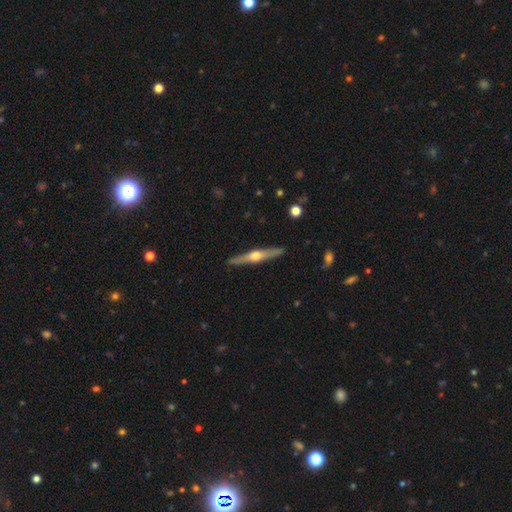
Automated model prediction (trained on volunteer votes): A featured or disk galaxy (74%) viewed edge-on (98%) with a rounded central bulge (95%).

Vote fractions:
- Smooth or featured? featured or disk: 74% / smooth: 21% / star or artifact: 5%
- Edge-on disk? yes: 98% / no: 2%
- Edge-on bulge? rounded: 95% / none: 3% / boxy: 3%
- Merging? none: 91% / minor disturbance: 7% / major disturbance: 1% / merger: 1%